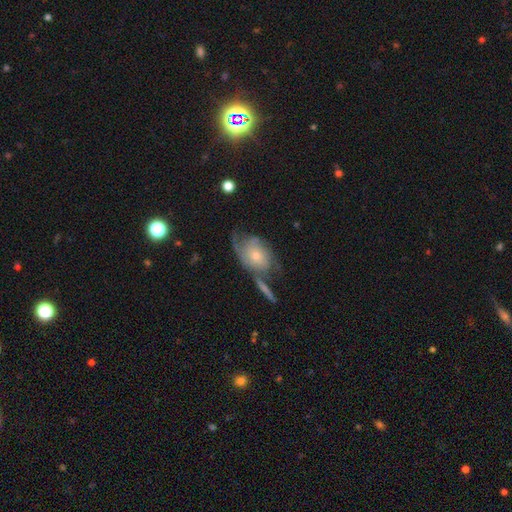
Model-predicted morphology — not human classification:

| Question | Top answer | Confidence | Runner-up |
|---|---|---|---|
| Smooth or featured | featured or disk | 63% | smooth (31%) |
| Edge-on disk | no | 94% | yes (6%) |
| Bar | no | 77% | weak (19%) |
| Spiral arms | yes | 83% | no (17%) |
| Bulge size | moderate | 47% | small (43%) |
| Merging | none | 41% | minor disturbance (25%) |